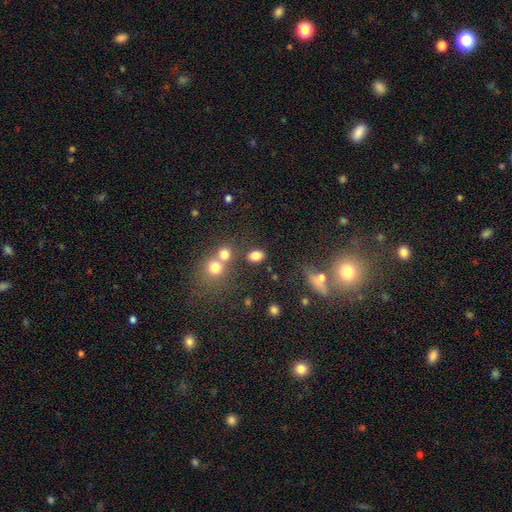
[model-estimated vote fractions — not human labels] This is clearly a smooth galaxy (80%). How rounded: likely in between (76%). Merging: likely none (70%).